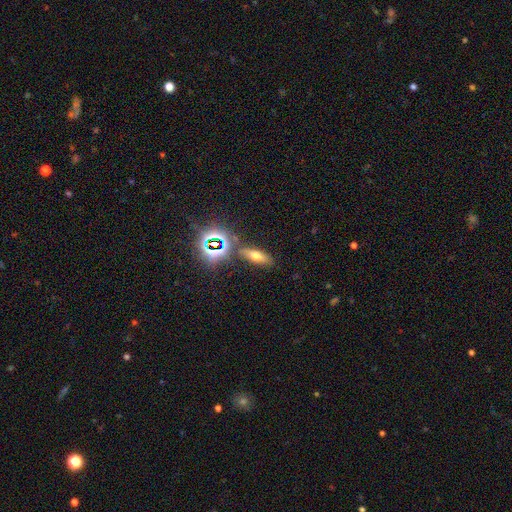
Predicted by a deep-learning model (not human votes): Overall: smooth (49%; star or artifact 28%). Merging: none (80%).